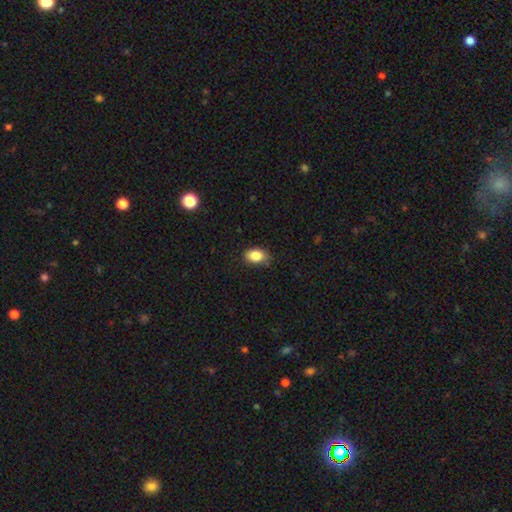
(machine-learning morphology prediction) smooth 86%, star or artifact 8%, featured or disk 6%. Down the decision tree: how rounded — in between (84%); merging — none (81%).